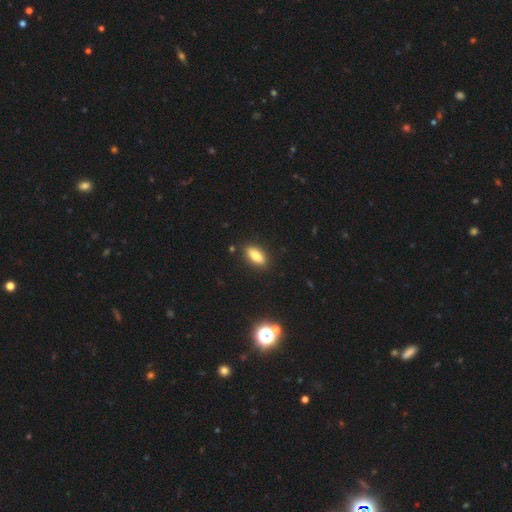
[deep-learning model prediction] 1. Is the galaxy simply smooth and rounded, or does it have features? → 77% smooth, 14% featured or disk, 9% star or artifact.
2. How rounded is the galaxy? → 80% in between, 17% cigar-shaped, 3% round.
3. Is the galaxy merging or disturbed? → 88% none, 9% minor disturbance, 2% major disturbance, 2% merger.